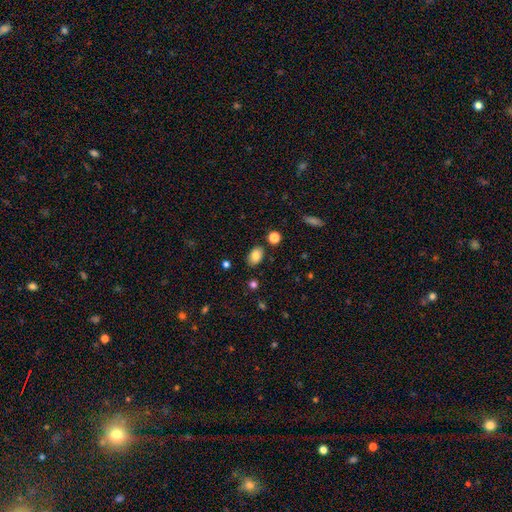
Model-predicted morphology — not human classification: smooth 83%, star or artifact 9%, featured or disk 8%. Down the decision tree: how rounded — in between (86%); merging — none (83%).